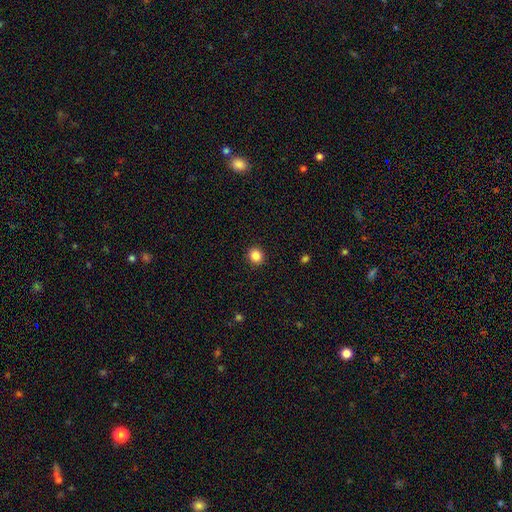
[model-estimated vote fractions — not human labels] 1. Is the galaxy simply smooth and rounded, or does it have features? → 85% smooth, 11% star or artifact, 4% featured or disk.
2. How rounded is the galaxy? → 84% round, 15% in between, 1% cigar-shaped.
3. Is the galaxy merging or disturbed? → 92% none, 5% minor disturbance, 2% major disturbance, 1% merger.